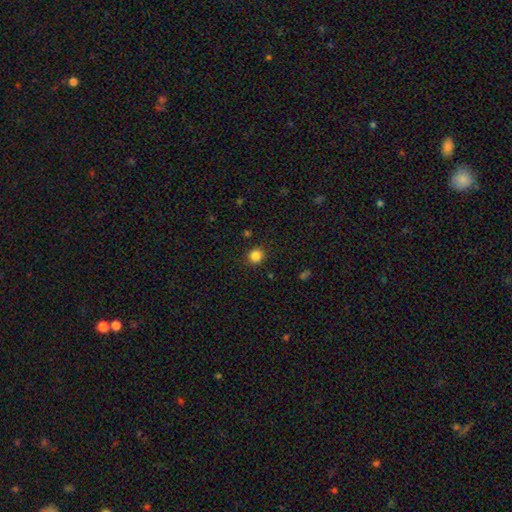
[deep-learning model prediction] This is clearly a smooth galaxy (85%). How rounded: clearly round (88%). Merging: clearly none (89%).